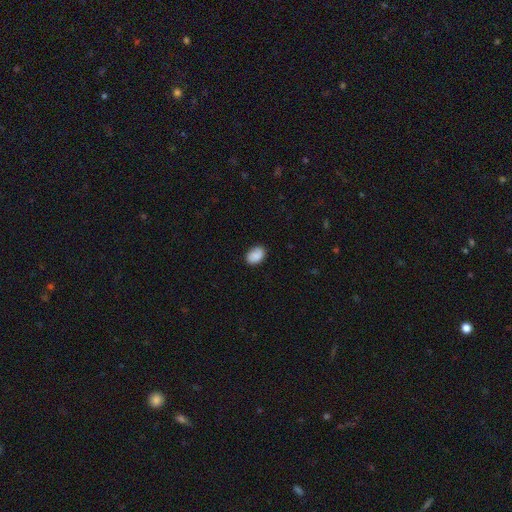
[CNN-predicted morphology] Q: Smooth or featured?
A: smooth (88%); runner-up: star or artifact (7%)
Q: How rounded?
A: in between (82%); runner-up: round (17%)
Q: Merging?
A: none (84%); runner-up: minor disturbance (12%)